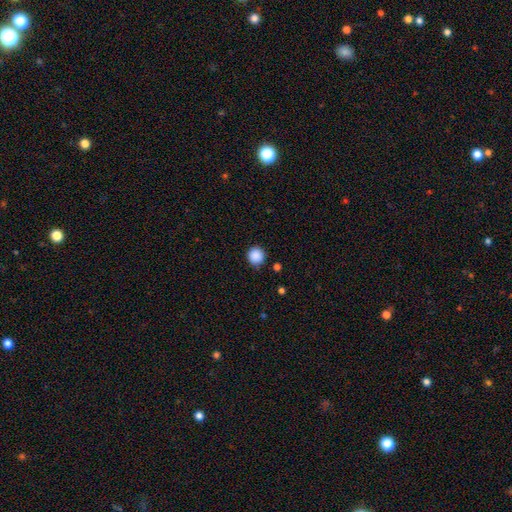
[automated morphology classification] Smooth or featured: smooth — 88% (star or artifact — 9%)
How rounded: round — 93% (in between — 6%)
Merging: none — 86% (minor disturbance — 10%)